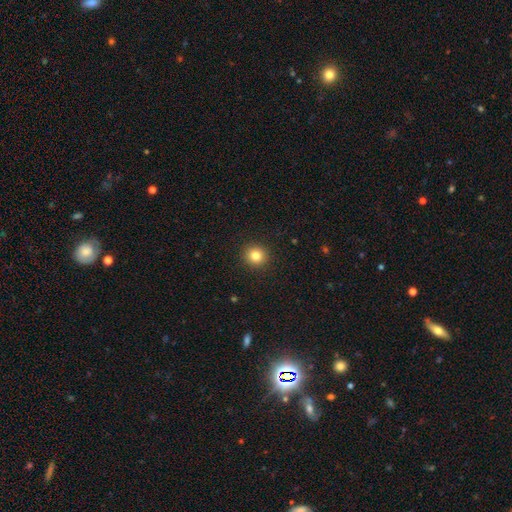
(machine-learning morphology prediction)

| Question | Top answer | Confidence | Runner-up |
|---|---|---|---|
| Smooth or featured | smooth | 82% | star or artifact (12%) |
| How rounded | round | 93% | in between (6%) |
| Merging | none | 93% | minor disturbance (5%) |